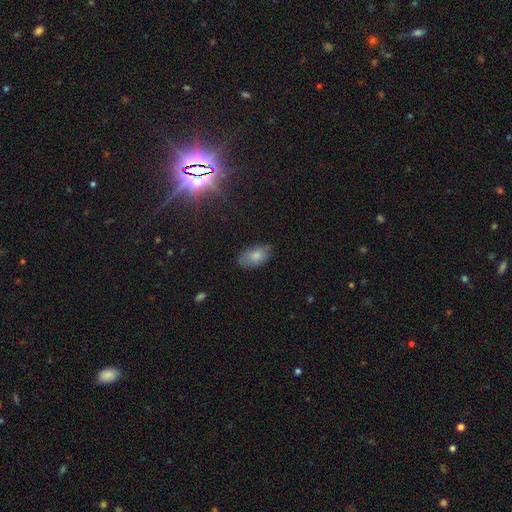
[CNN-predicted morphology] type=smooth (81%); roundness=in between (92%); merging=none (74%).